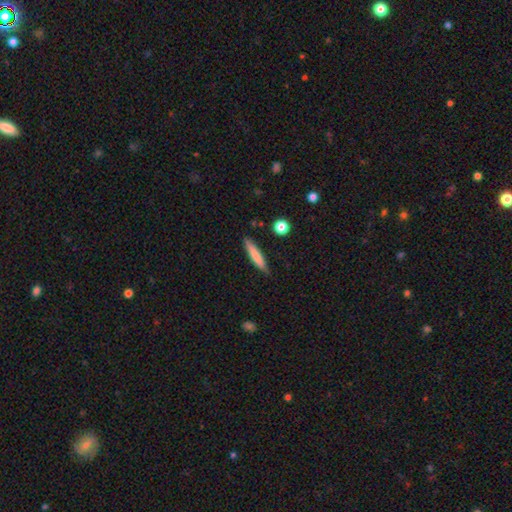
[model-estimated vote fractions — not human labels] Q: Smooth or featured?
A: smooth (73%); runner-up: featured or disk (21%)
Q: How rounded?
A: cigar-shaped (90%); runner-up: in between (9%)
Q: Merging?
A: none (84%); runner-up: minor disturbance (12%)